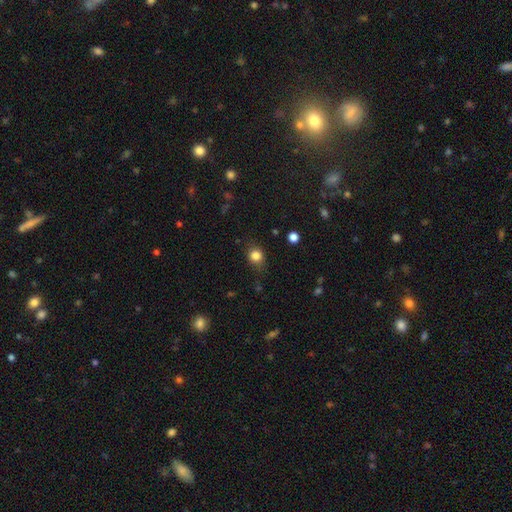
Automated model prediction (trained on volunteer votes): Smooth or featured: smooth — 83% (star or artifact — 11%)
How rounded: round — 71% (in between — 28%)
Merging: none — 74% (minor disturbance — 19%)